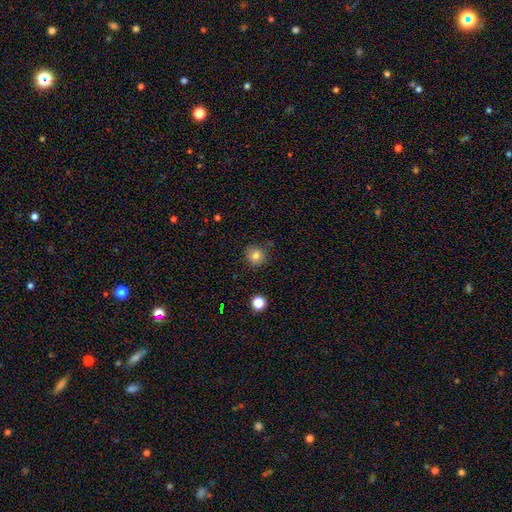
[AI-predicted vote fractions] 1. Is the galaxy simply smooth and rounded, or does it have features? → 80% smooth, 12% star or artifact, 8% featured or disk.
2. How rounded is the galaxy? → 90% round, 9% in between, 1% cigar-shaped.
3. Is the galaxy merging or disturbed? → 84% none, 11% minor disturbance, 3% major disturbance, 2% merger.